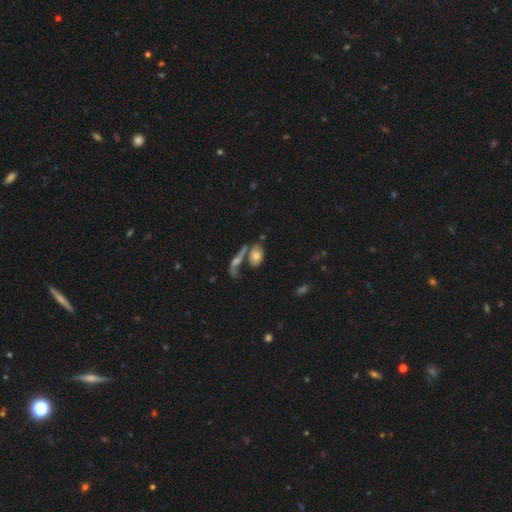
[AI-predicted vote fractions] smooth-or-featured: smooth: 70% | featured or disk: 21% | star or artifact: 9%
  how-rounded: in between: 86% | round: 9% | cigar-shaped: 4%
  merging: none: 40% | merger: 37% | minor disturbance: 13% | major disturbance: 10%